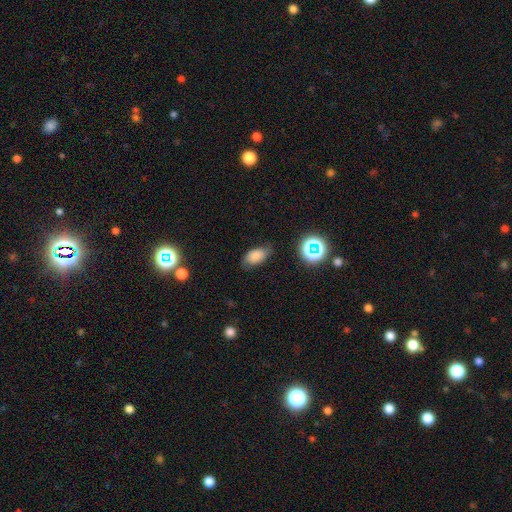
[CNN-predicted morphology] smooth-or-featured: smooth: 75% | star or artifact: 13% | featured or disk: 12%
  how-rounded: in between: 90% | round: 7% | cigar-shaped: 3%
  merging: none: 70% | minor disturbance: 23% | major disturbance: 6% | merger: 2%